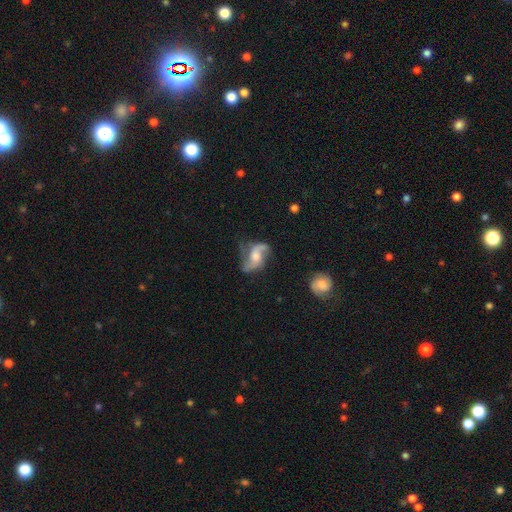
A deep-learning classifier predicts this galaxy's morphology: This is likely a featured or disk galaxy (78%). It is clearly not viewed edge-on (97%). Bar: possibly no (53%). Spiral arm pattern: clearly yes (92%). Spiral arm count: clearly 2 (83%). Spiral winding: likely loose (61%). Central bulge: possibly moderate (50%). Merging: possibly none (55%).